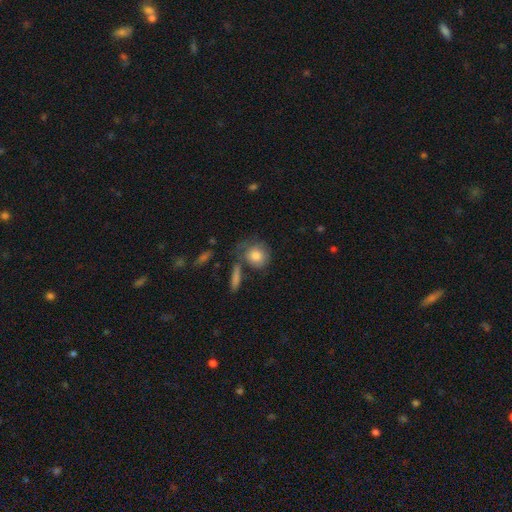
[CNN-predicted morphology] Overall: smooth (79%). How rounded: round (72%). Merging: none (54%; minor disturbance 21%).